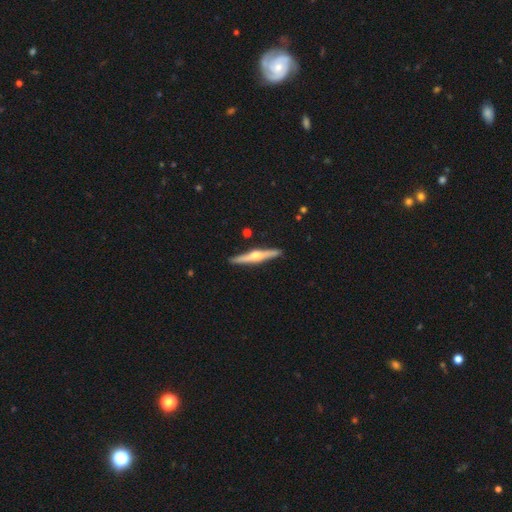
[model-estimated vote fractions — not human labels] This appears to be a featured or disk galaxy (73%) viewed edge-on (98%) with a rounded central bulge (93%). Merging: none (90%).